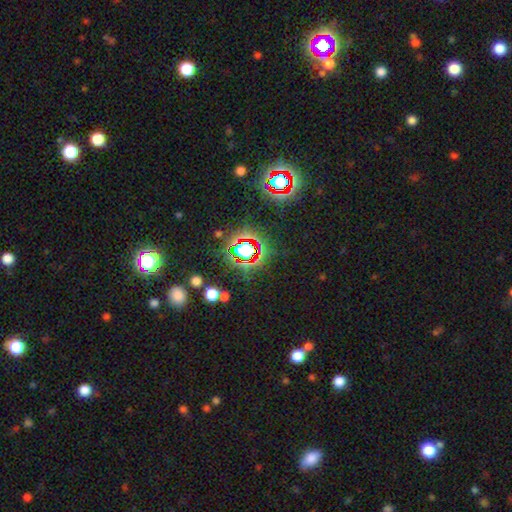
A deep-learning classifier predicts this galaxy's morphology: Smooth or featured: star or artifact — 77% (smooth — 13%)